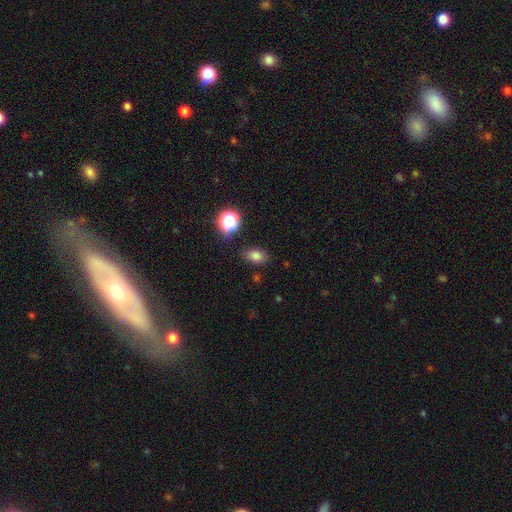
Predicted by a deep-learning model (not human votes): Smooth or featured? Predicted: smooth (p=0.78). How rounded? Predicted: in between (p=0.80). Merging? Predicted: none (p=0.83).